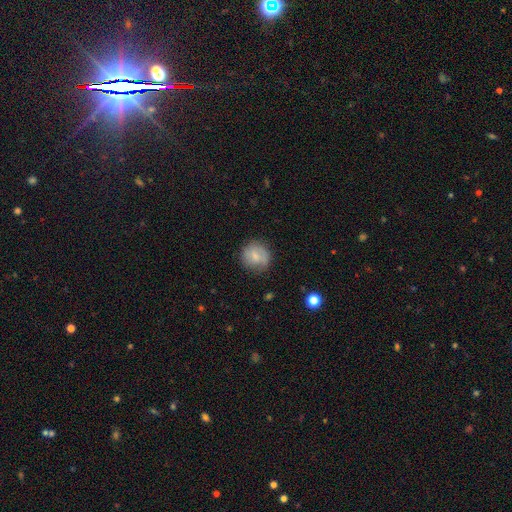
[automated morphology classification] The model was most divided on "smooth or featured": smooth: 71%, featured or disk: 21%, star or artifact: 8%. More confident: how rounded — round (87%); merging — none (75%).